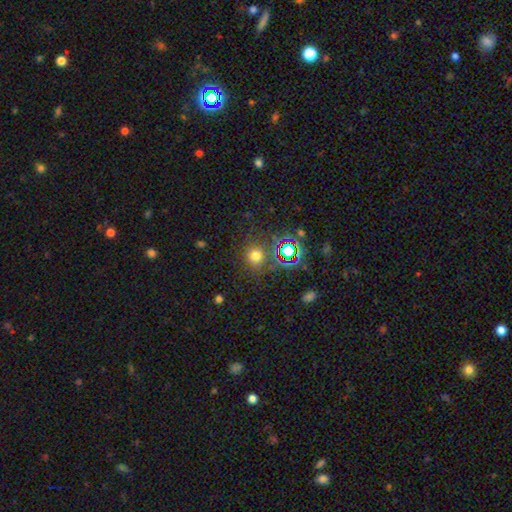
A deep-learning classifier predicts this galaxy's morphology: smooth 60%, star or artifact 31%, featured or disk 9%. Down the decision tree: how rounded — round (88%); merging — none (78%).